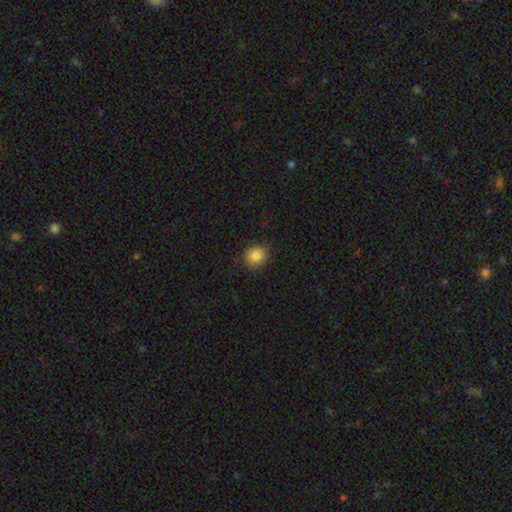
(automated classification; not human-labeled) Smooth or featured: smooth — 85% (star or artifact — 10%)
How rounded: round — 82% (in between — 17%)
Merging: none — 86% (minor disturbance — 11%)